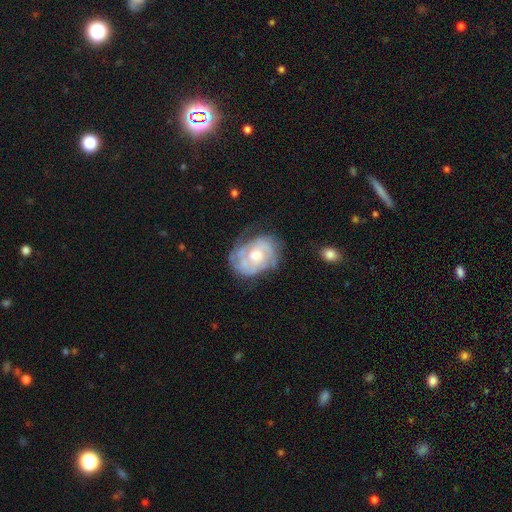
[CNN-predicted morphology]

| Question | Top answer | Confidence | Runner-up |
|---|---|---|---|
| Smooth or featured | featured or disk | 79% | smooth (16%) |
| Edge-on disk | no | 97% | yes (3%) |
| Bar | no | 72% | weak (24%) |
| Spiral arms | yes | 89% | no (11%) |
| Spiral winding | tight | 58% | medium (32%) |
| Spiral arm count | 2 | 41% | can't tell (33%) |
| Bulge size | moderate | 61% | small (19%) |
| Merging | none | 62% | minor disturbance (24%) |